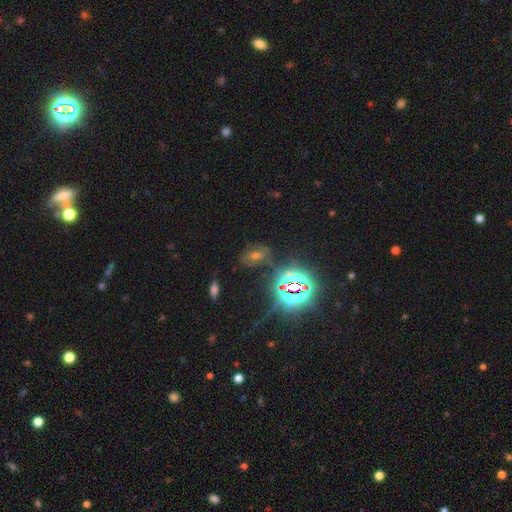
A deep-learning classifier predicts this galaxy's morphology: Q: Smooth or featured?
A: star or artifact (52%); runner-up: smooth (28%)